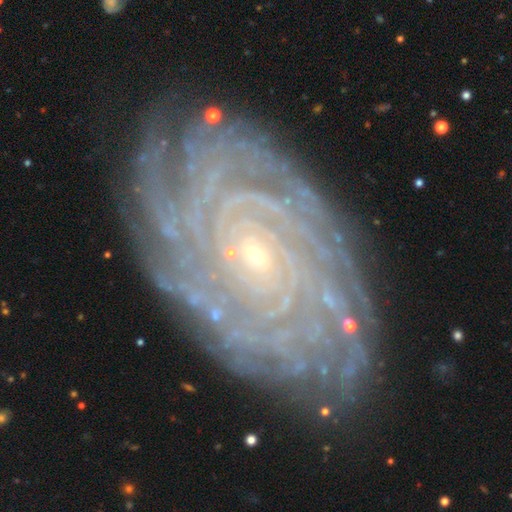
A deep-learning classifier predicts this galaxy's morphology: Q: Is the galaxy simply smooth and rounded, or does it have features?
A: featured or disk — 88%.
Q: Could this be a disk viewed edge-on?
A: no — 96%.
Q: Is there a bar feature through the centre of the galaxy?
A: no — 69%.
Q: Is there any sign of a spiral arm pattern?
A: yes — 98%.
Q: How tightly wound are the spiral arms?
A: tight — 85%.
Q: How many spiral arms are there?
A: more than 4 — 36%.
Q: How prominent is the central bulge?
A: small — 86%.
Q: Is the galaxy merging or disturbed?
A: none — 83%.